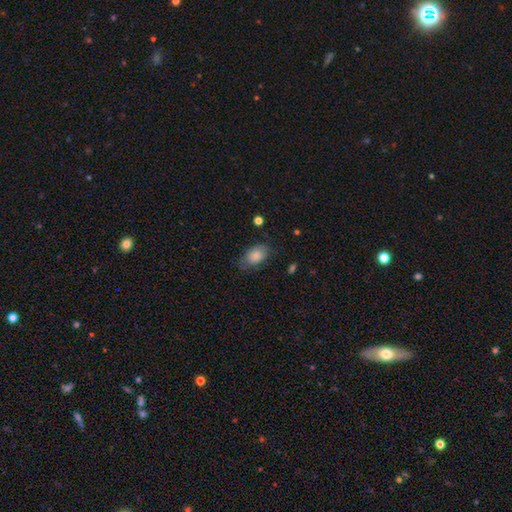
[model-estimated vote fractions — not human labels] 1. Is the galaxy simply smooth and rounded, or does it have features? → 83% smooth, 10% featured or disk, 7% star or artifact.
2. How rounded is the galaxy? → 87% in between, 11% round, 1% cigar-shaped.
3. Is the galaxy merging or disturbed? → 66% none, 25% minor disturbance, 8% major disturbance, 1% merger.